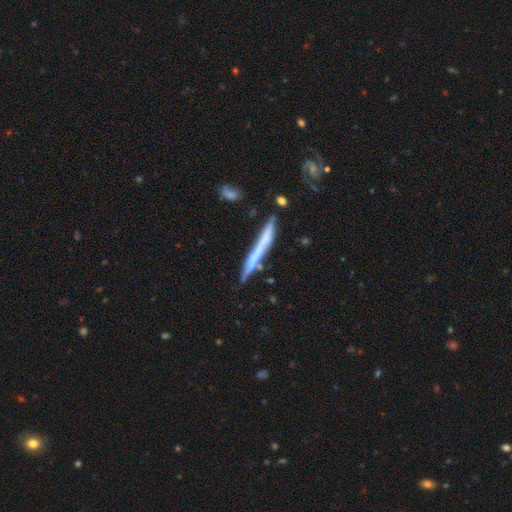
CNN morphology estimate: smooth-or-featured: featured or disk: 52% | smooth: 41% | star or artifact: 7%
  disk-edge-on: yes: 92% | no: 8%
  merging: none: 73% | minor disturbance: 16% | merger: 7% | major disturbance: 4%